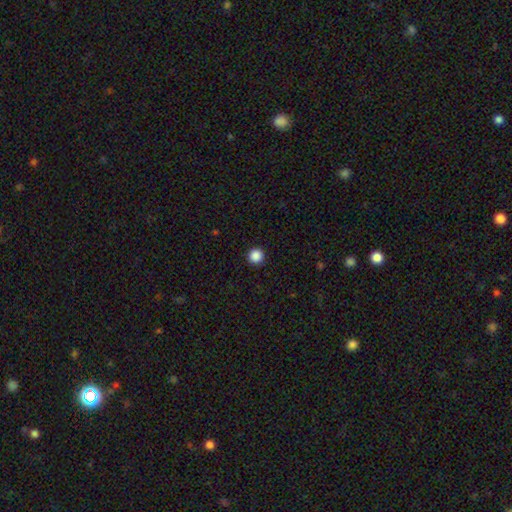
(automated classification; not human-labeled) This is clearly a smooth galaxy (88%). How rounded: clearly round (97%). Merging: clearly none (94%).